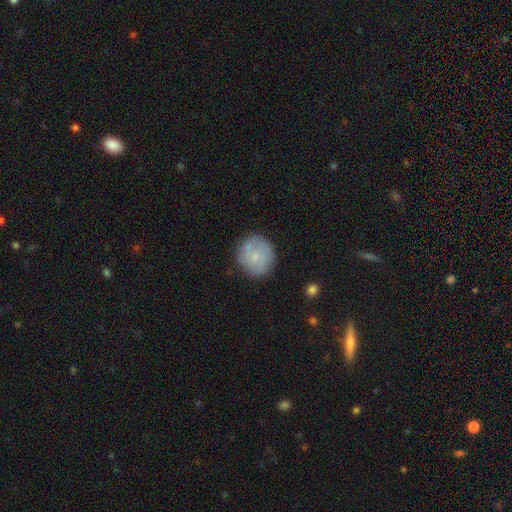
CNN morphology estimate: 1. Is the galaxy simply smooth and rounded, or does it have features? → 55% smooth, 38% featured or disk, 7% star or artifact.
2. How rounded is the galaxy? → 90% round, 9% in between, 1% cigar-shaped.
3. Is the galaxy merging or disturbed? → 78% none, 15% minor disturbance, 4% major disturbance, 3% merger.